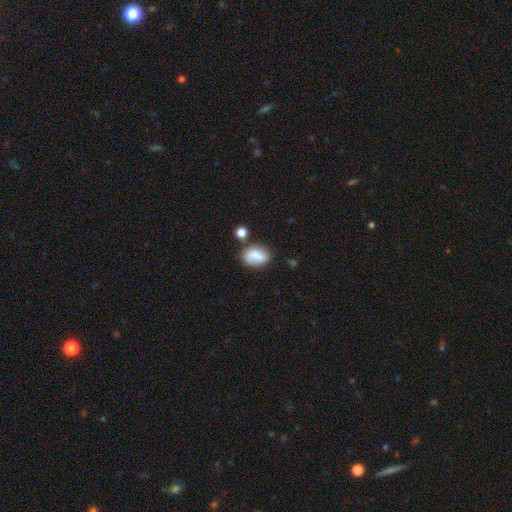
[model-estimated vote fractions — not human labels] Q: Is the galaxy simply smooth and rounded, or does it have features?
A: smooth — 73%.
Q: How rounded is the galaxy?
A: in between — 78%.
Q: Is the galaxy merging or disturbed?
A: none — 56%.